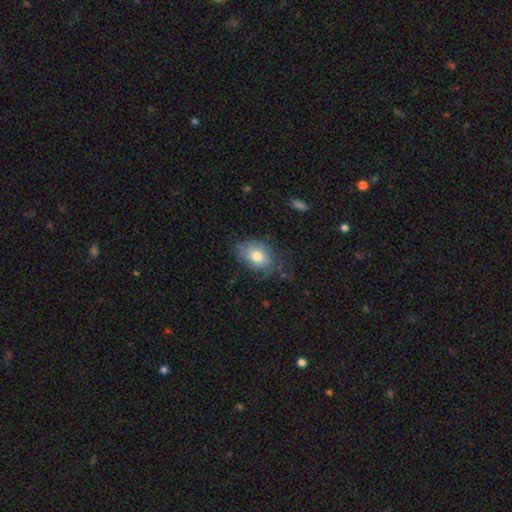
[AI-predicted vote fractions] A smooth galaxy with no disk features (69%) that is in between round and cigar-shaped (82%).

Vote fractions:
- Smooth or featured? smooth: 69% / featured or disk: 22% / star or artifact: 8%
- How rounded? in between: 82% / round: 16% / cigar-shaped: 1%
- Merging? none: 63% / minor disturbance: 27% / major disturbance: 8% / merger: 2%